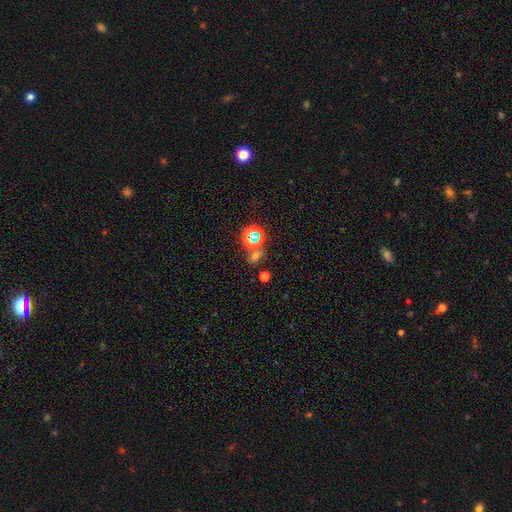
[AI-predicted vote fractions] Overall: star or artifact (50%; smooth 40%).